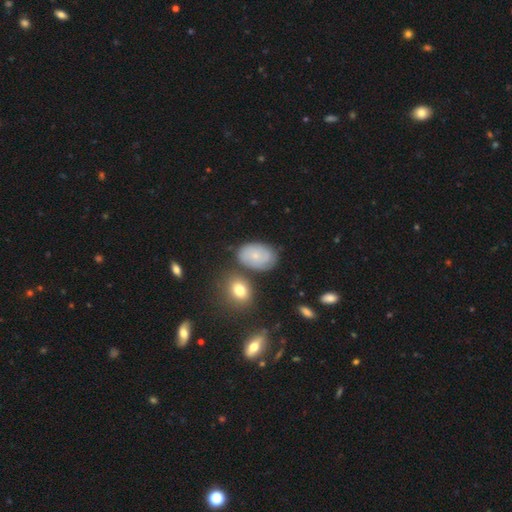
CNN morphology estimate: The model was most divided on "smooth or featured": smooth: 54%, featured or disk: 36%, star or artifact: 10%. More confident: how rounded — in between (84%); merging — none (66%).